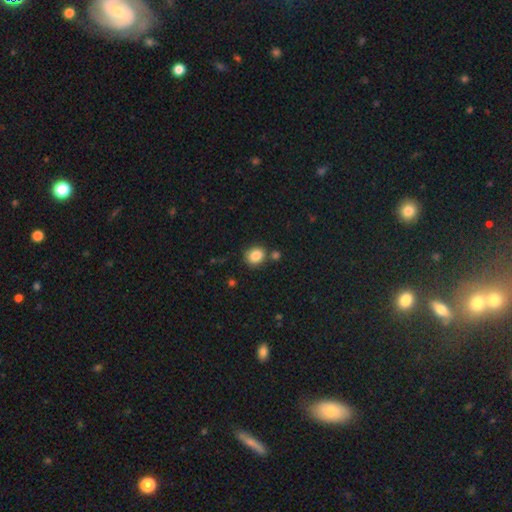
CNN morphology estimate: This appears to be a smooth galaxy with no disk features (85%) that is round (63%). Merging: none (75%).